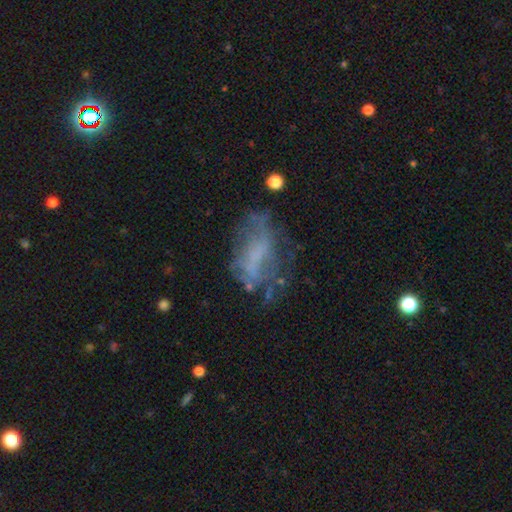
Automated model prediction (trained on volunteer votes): Smooth or featured? Predicted: featured or disk (p=0.52). Edge-on disk? Predicted: no (p=0.94). Merging? Predicted: none (p=0.45).